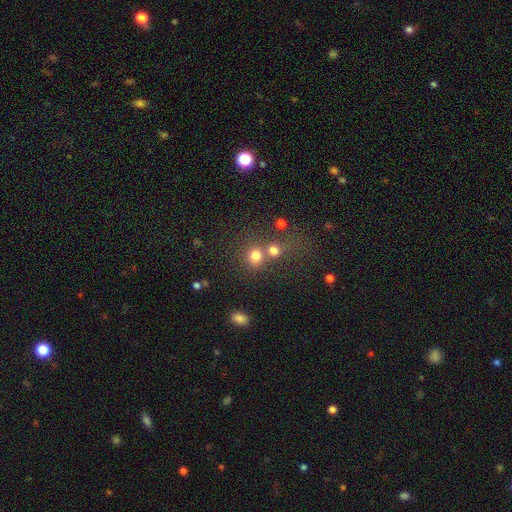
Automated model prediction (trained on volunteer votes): This appears to be a smooth galaxy with no disk features (77%) that is round (86%). Merging: none (50%).